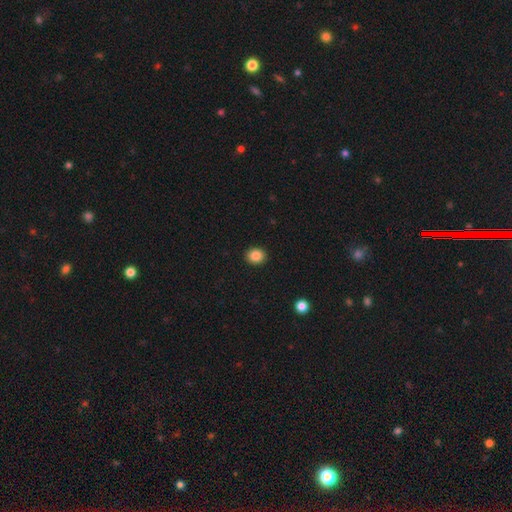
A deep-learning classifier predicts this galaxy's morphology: Q: Smooth or featured?
A: smooth (85%); runner-up: star or artifact (10%)
Q: How rounded?
A: round (73%); runner-up: in between (26%)
Q: Merging?
A: none (92%); runner-up: minor disturbance (5%)